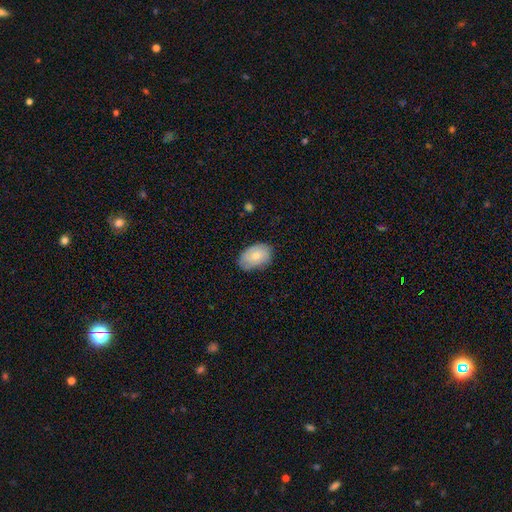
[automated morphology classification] Q: Smooth or featured?
A: smooth (71%); runner-up: featured or disk (23%)
Q: How rounded?
A: in between (89%); runner-up: round (10%)
Q: Merging?
A: none (72%); runner-up: minor disturbance (23%)